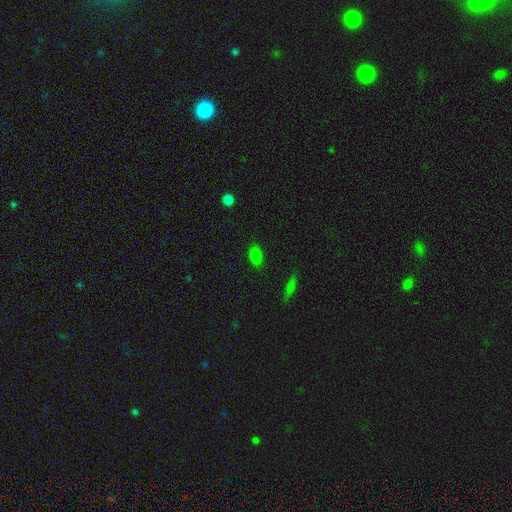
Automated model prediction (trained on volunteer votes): Overall: smooth (81%). How rounded: in between (88%). Merging: none (85%).